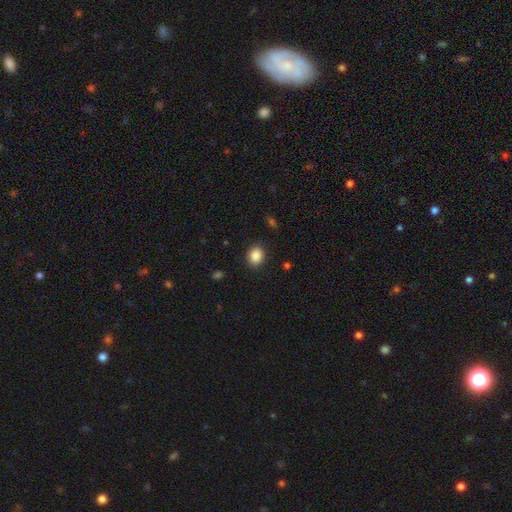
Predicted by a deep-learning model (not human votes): This appears to be a smooth galaxy with no disk features (88%) that is round (50%). Merging: none (87%).